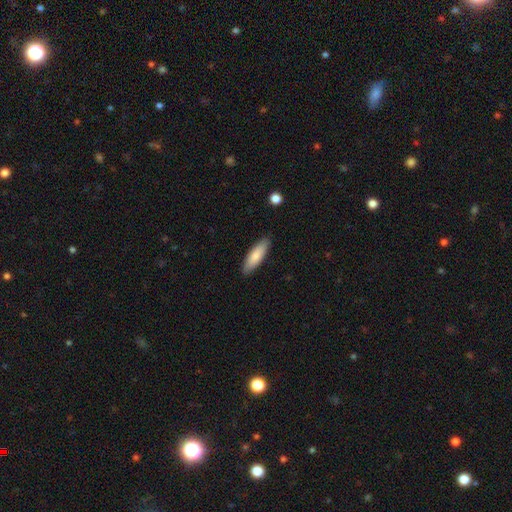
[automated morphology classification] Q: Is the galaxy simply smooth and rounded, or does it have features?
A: smooth — 81%.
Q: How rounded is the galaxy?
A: cigar-shaped — 50%.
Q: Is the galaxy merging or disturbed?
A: none — 88%.